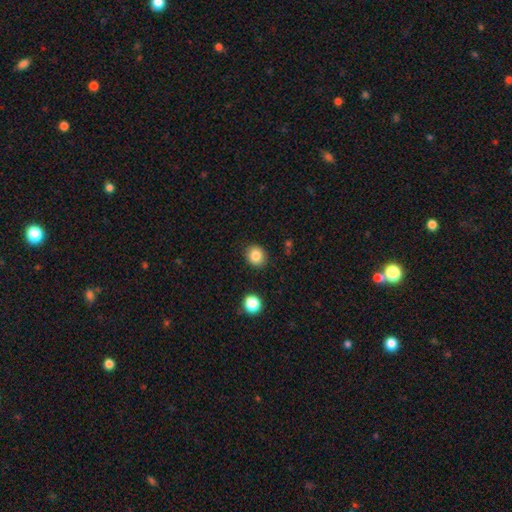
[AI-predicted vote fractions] A smooth galaxy with no disk features (85%) that is round (75%).

Vote fractions:
- Smooth or featured? smooth: 85% / star or artifact: 10% / featured or disk: 5%
- How rounded? round: 75% / in between: 24% / cigar-shaped: 1%
- Merging? none: 88% / minor disturbance: 8% / major disturbance: 2% / merger: 2%